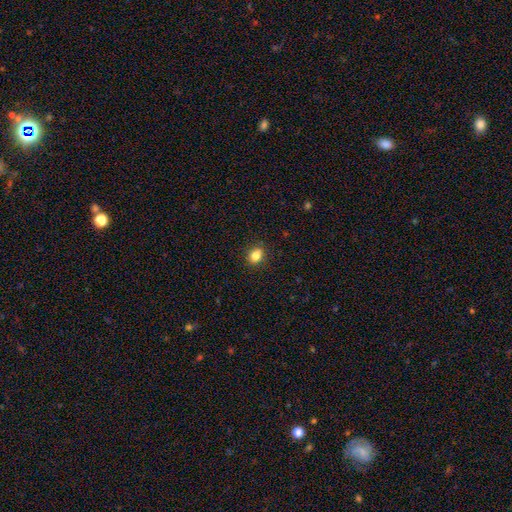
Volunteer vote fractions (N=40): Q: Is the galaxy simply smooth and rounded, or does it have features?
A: smooth — 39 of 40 (98%).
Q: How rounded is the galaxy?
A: round — 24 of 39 (62%).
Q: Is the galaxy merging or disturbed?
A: none — 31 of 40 (78%).